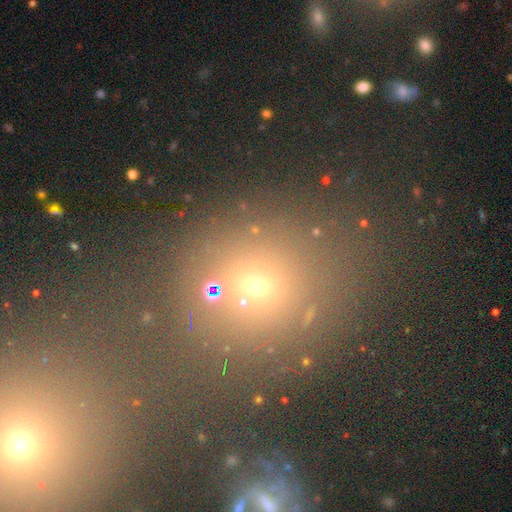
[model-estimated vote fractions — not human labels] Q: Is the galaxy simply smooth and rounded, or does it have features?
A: smooth — 51%.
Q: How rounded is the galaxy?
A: round — 71%.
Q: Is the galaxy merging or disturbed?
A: none — 60%.